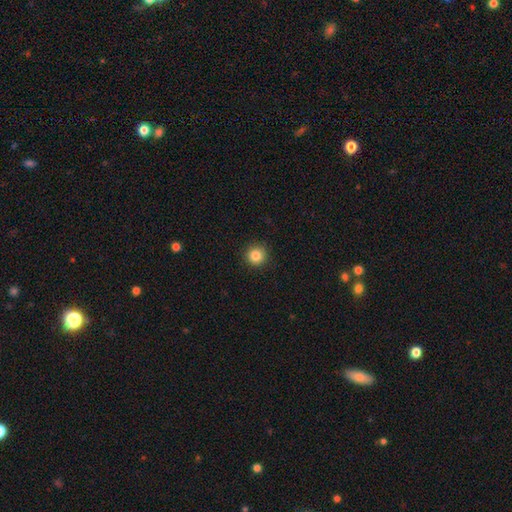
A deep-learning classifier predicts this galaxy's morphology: Smooth or featured?
  - smooth: 85% *
  - star or artifact: 11%
  - featured or disk: 4%
How rounded?
  - round: 95% *
  - in between: 4%
  - cigar-shaped: 1%
Merging?
  - none: 92% *
  - minor disturbance: 6%
  - major disturbance: 2%
  - merger: 1%